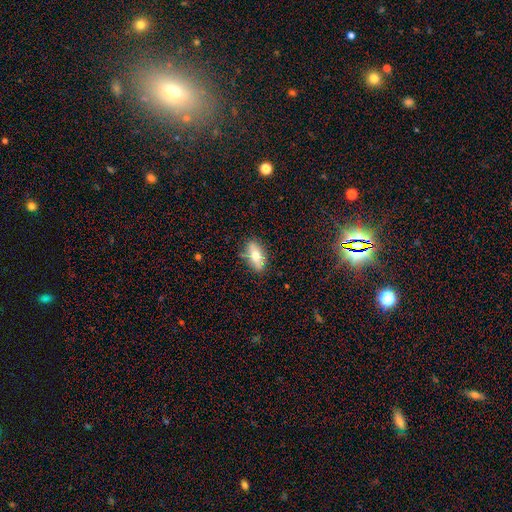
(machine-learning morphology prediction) Overall: smooth (66%; featured or disk 26%). How rounded: in between (86%). Merging: none (75%).